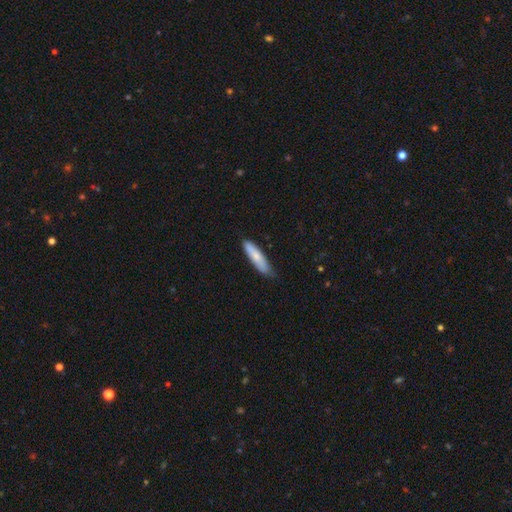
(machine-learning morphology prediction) Smooth or featured? Predicted: smooth (p=0.77). How rounded? Predicted: cigar-shaped (p=0.76). Merging? Predicted: none (p=0.74).